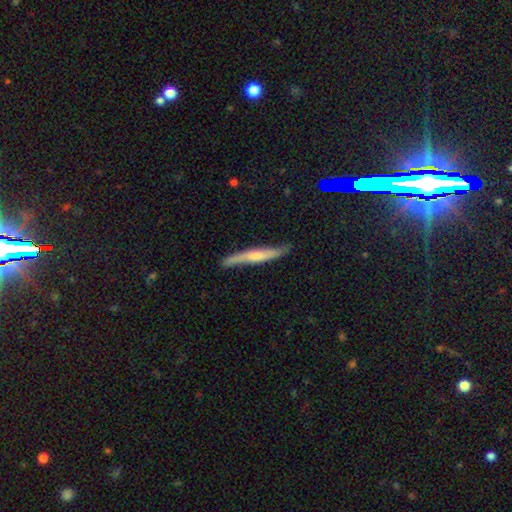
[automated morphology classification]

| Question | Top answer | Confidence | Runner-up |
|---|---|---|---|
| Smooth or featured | featured or disk | 58% | smooth (37%) |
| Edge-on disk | yes | 83% | no (17%) |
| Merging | none | 79% | minor disturbance (17%) |